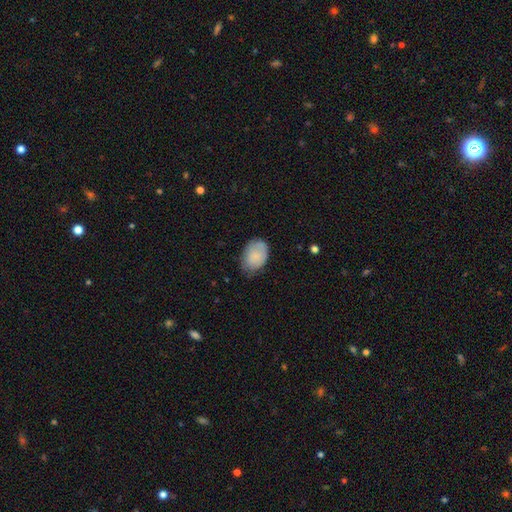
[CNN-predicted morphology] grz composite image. It shows a smooth galaxy with no disk features (80%) that is in between round and cigar-shaped (81%). Merging: none (62%).